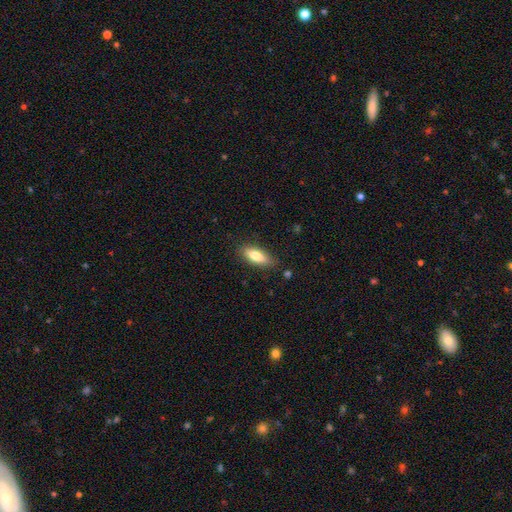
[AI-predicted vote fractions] Overall: smooth (76%). How rounded: in between (71%). Merging: none (82%).